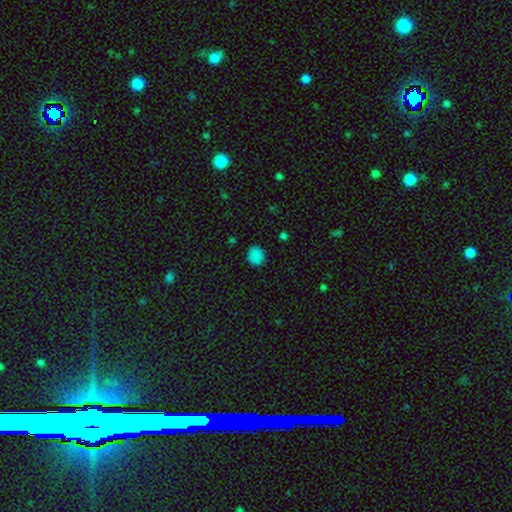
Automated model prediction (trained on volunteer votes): This appears to be a smooth galaxy with no disk features (86%) that is round (83%). Merging: none (88%).